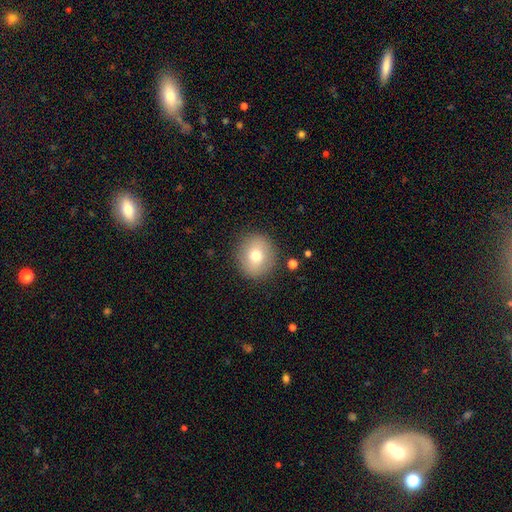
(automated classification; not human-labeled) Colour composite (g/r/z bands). It shows a smooth galaxy with no disk features (74%) that is round (89%). Merging: none (88%).